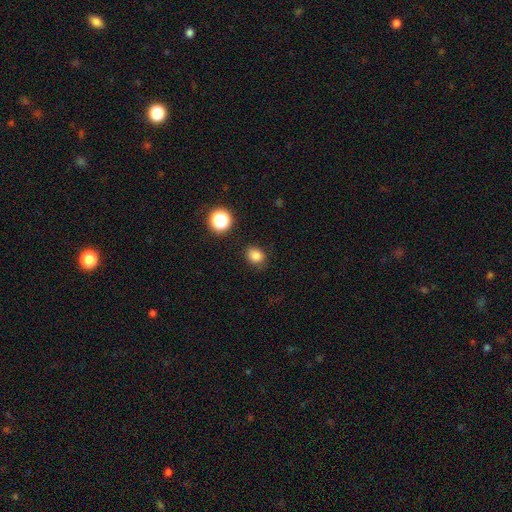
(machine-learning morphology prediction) smooth-or-featured: smooth: 82% | star or artifact: 13% | featured or disk: 5%
  how-rounded: round: 60% | in between: 39% | cigar-shaped: 1%
  merging: none: 84% | minor disturbance: 12% | major disturbance: 3% | merger: 2%